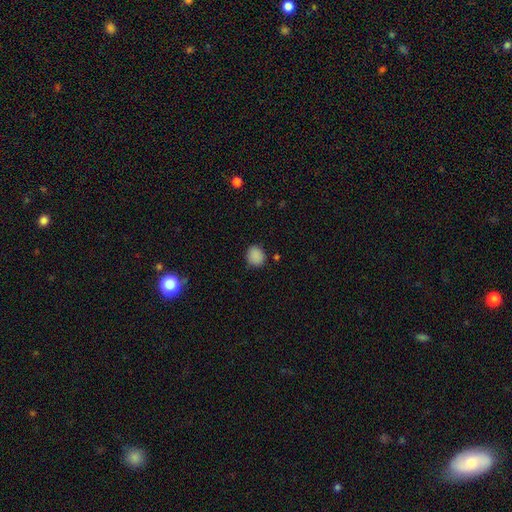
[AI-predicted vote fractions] A smooth galaxy with no disk features (88%) that is round (74%).

Vote fractions:
- Smooth or featured? smooth: 88% / star or artifact: 9% / featured or disk: 3%
- How rounded? round: 74% / in between: 25% / cigar-shaped: 1%
- Merging? none: 82% / minor disturbance: 13% / major disturbance: 3% / merger: 2%